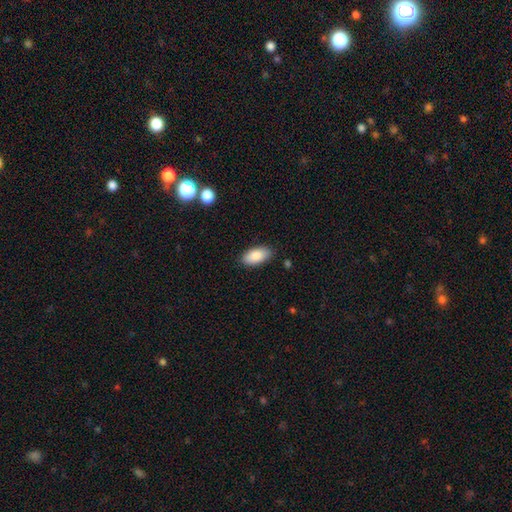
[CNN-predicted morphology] Smooth or featured?
  - smooth: 86% *
  - featured or disk: 7%
  - star or artifact: 7%
How rounded?
  - in between: 93% *
  - cigar-shaped: 5%
  - round: 3%
Merging?
  - none: 86% *
  - minor disturbance: 11%
  - major disturbance: 2%
  - merger: 1%